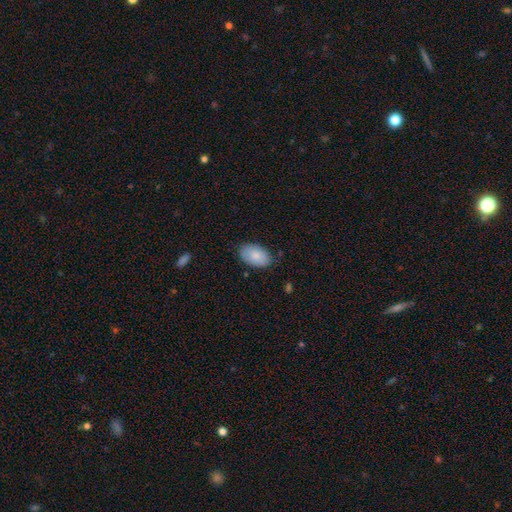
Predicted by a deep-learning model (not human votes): smooth 82%, featured or disk 12%, star or artifact 6%. Down the decision tree: how rounded — in between (93%); merging — none (79%).